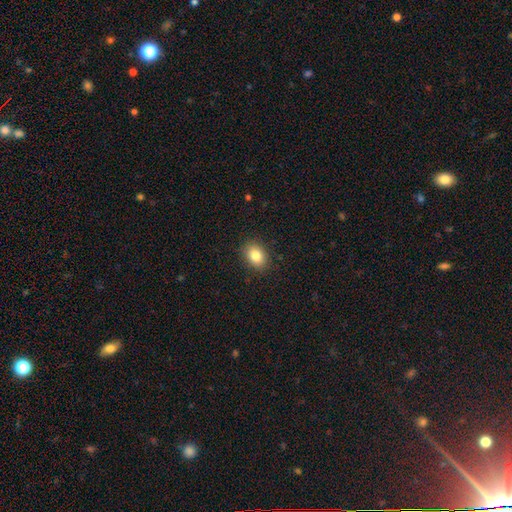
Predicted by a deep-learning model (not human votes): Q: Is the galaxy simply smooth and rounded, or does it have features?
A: smooth — 83%.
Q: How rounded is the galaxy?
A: in between — 62%.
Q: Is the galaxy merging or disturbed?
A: none — 88%.